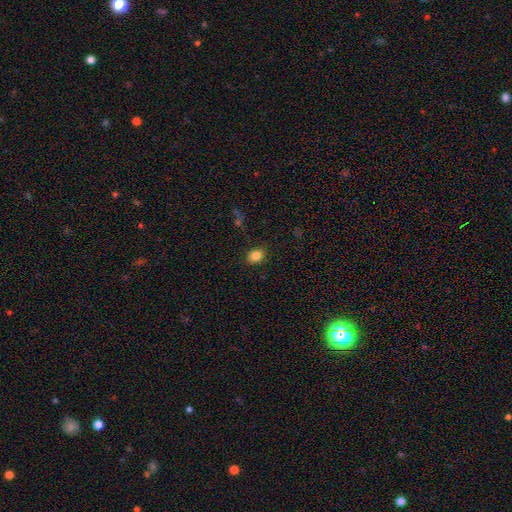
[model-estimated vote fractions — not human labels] A smooth galaxy with no disk features (84%) that is in between round and cigar-shaped (53%). Merging: none (87%).